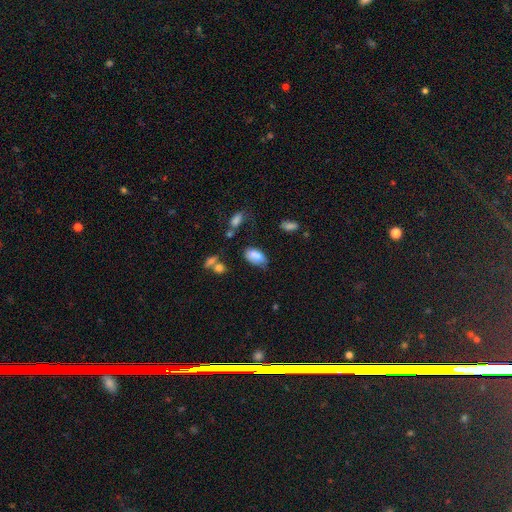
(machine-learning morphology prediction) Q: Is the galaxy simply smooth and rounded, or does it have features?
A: smooth — 79%.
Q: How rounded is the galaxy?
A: in between — 93%.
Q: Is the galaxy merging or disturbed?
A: none — 50%.